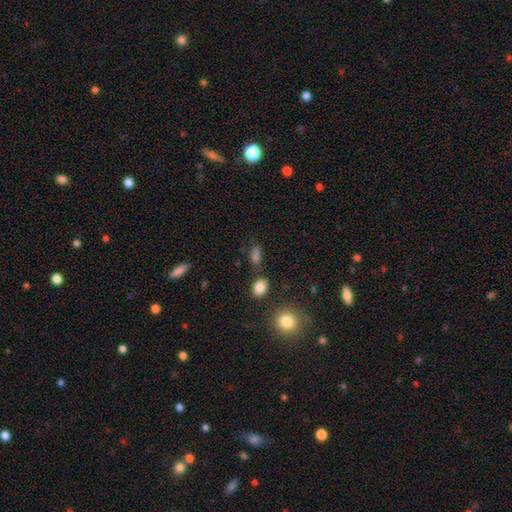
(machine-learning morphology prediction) The model was most divided on "smooth or featured": smooth: 70%, star or artifact: 21%, featured or disk: 9%. More confident: how rounded — in between (70%); merging — none (70%).